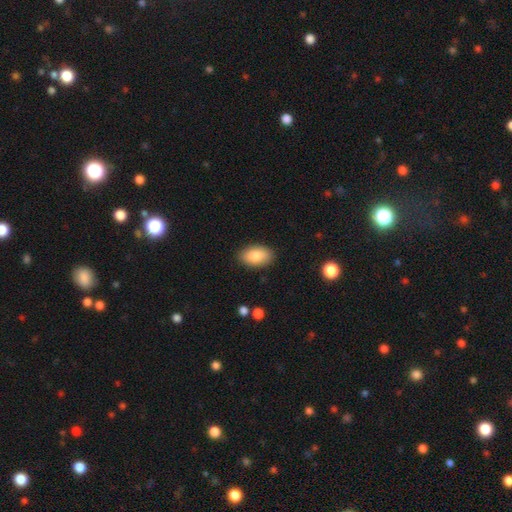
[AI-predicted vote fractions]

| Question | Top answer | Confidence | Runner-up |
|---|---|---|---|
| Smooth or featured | smooth | 85% | featured or disk (9%) |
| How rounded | in between | 93% | round (6%) |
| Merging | none | 88% | minor disturbance (9%) |